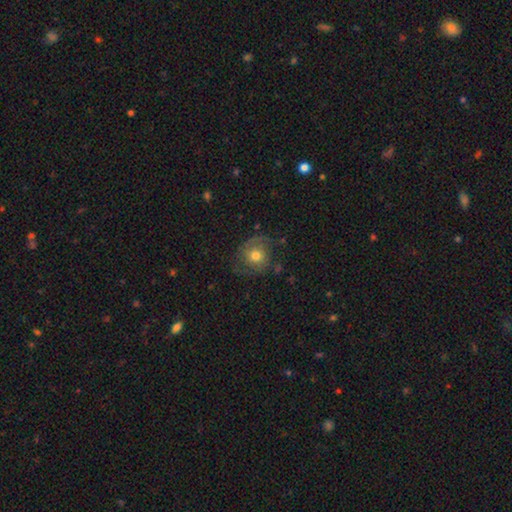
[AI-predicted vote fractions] Overall: smooth (50%; featured or disk 41%). Merging: none (63%).